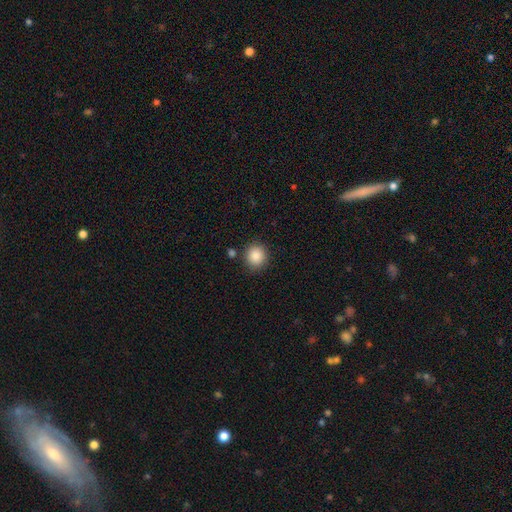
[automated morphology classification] type=smooth (87%); roundness=round (89%); merging=none (86%).